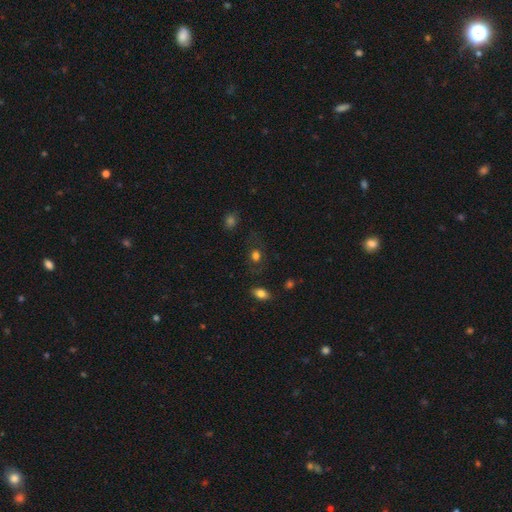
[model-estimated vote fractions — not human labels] A smooth galaxy with no disk features (73%) that is in between round and cigar-shaped (50%). Merging: none (73%).